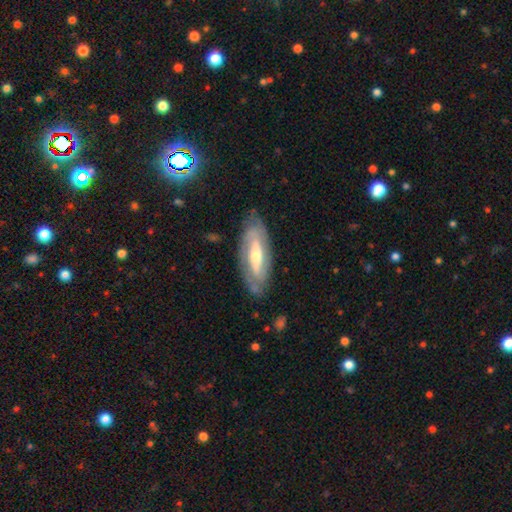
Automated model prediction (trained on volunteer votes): A featured or disk galaxy (72%) with a strong bar (39%), spiral arms (74%) and a moderate central bulge (58%).

Vote fractions:
- Smooth or featured? featured or disk: 72% / smooth: 23% / star or artifact: 5%
- Edge-on disk? no: 82% / yes: 18%
- Bar? strong: 39% / no: 31% / weak: 30%
- Spiral arms? yes: 74% / no: 26%
- Bulge size? moderate: 58% / small: 33% / large: 7% / none: 1% / dominant: 1%
- Merging? none: 78% / minor disturbance: 15% / major disturbance: 5% / merger: 2%